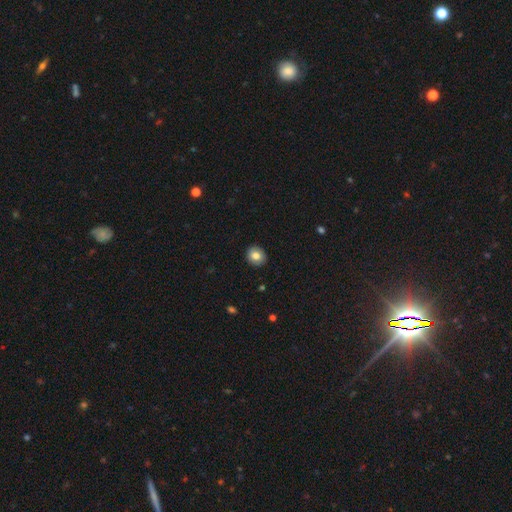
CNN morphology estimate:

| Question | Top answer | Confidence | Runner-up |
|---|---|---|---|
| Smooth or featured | smooth | 81% | featured or disk (11%) |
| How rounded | round | 80% | in between (19%) |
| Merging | none | 91% | minor disturbance (6%) |